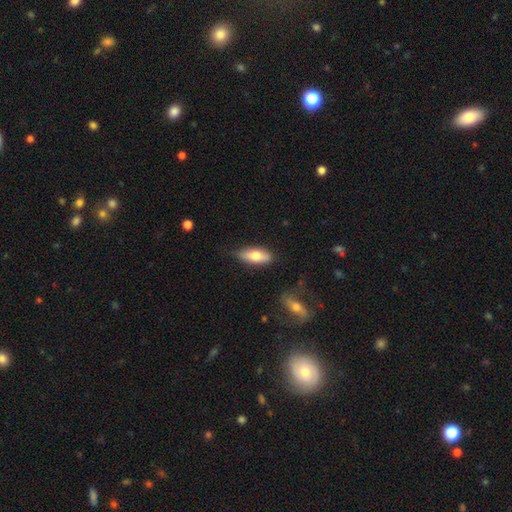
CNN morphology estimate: Smooth or featured: smooth — 72% (featured or disk — 22%)
How rounded: in between — 70% (cigar-shaped — 27%)
Merging: none — 77% (minor disturbance — 18%)